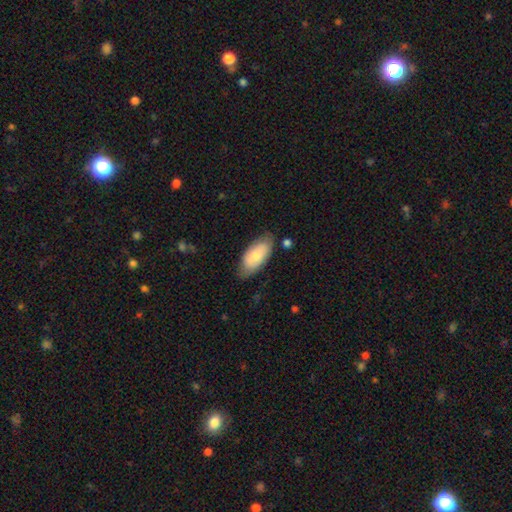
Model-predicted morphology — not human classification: smooth 74%, featured or disk 20%, star or artifact 6%. Down the decision tree: how rounded — in between (91%); merging — none (72%).